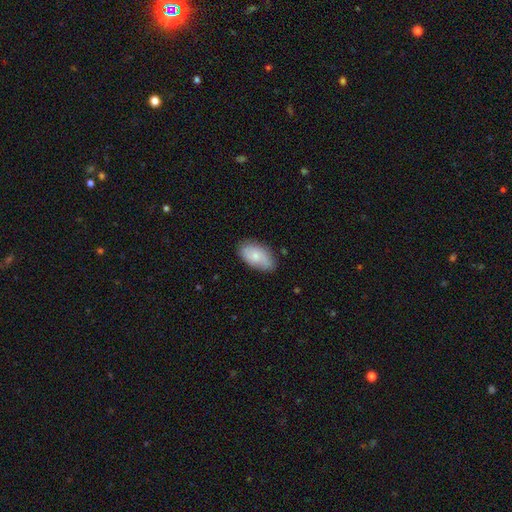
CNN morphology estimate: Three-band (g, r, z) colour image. It shows a smooth galaxy with no disk features (67%) that is in between round and cigar-shaped (93%). Merging: none (77%).